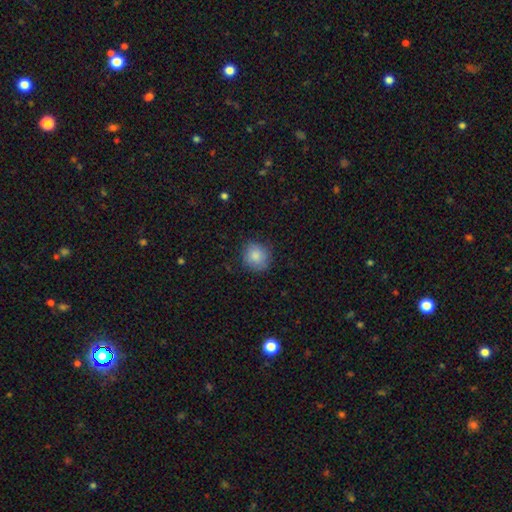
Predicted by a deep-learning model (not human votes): Smooth or featured: smooth — 84% (star or artifact — 8%)
How rounded: round — 86% (in between — 13%)
Merging: none — 81% (minor disturbance — 14%)